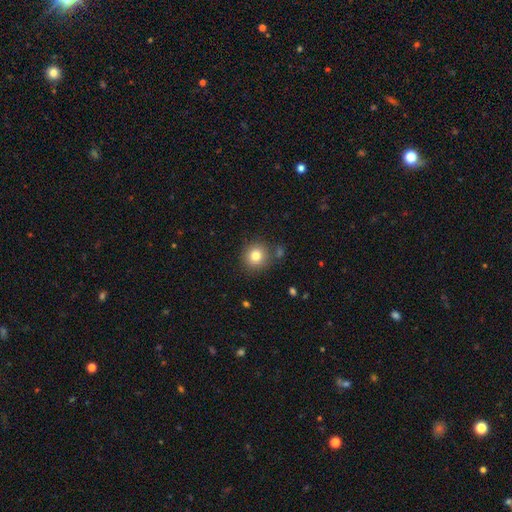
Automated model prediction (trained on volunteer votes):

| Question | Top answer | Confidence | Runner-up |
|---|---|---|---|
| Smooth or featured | smooth | 81% | star or artifact (11%) |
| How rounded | round | 90% | in between (9%) |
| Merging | none | 81% | minor disturbance (10%) |